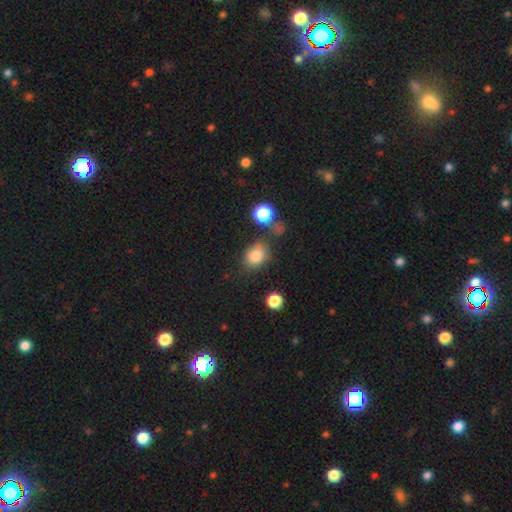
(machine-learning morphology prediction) smooth_or_featured: smooth (p=0.81) [alt: star or artifact p=0.11]
how_rounded: in between (p=0.57) [alt: round p=0.42]
merging: none (p=0.62) [alt: minor disturbance p=0.20]